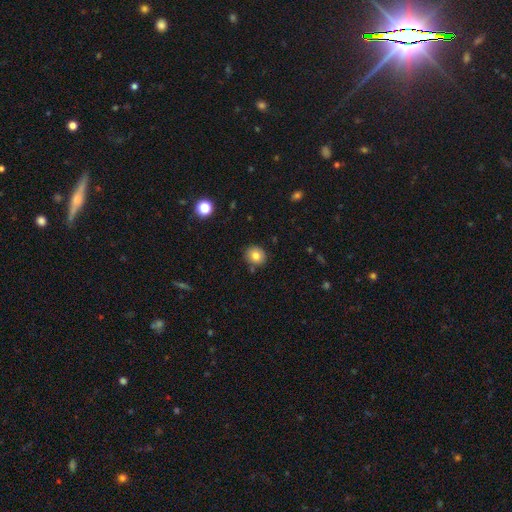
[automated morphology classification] smooth-or-featured: smooth: 80% | star or artifact: 11% | featured or disk: 9%
  how-rounded: round: 81% | in between: 18% | cigar-shaped: 1%
  merging: none: 84% | minor disturbance: 10% | merger: 4% | major disturbance: 2%